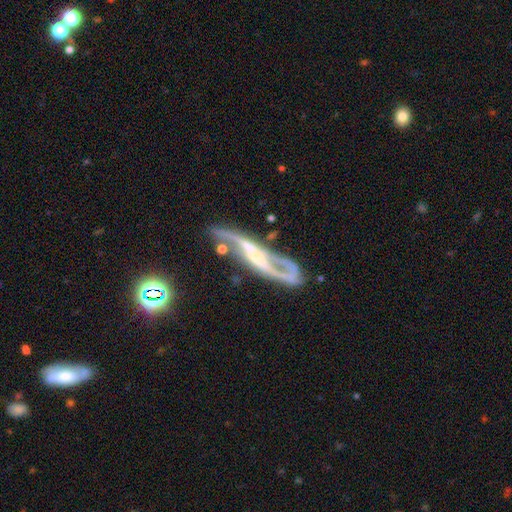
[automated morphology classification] featured or disk 89%, star or artifact 6%, smooth 5%. Down the decision tree: edge-on disk — no (83%); bar — strong (46%); spiral arms — yes (95%); spiral arm count — 2 (90%); spiral winding — loose (53%); bulge size — small (53%); merging — none (61%).